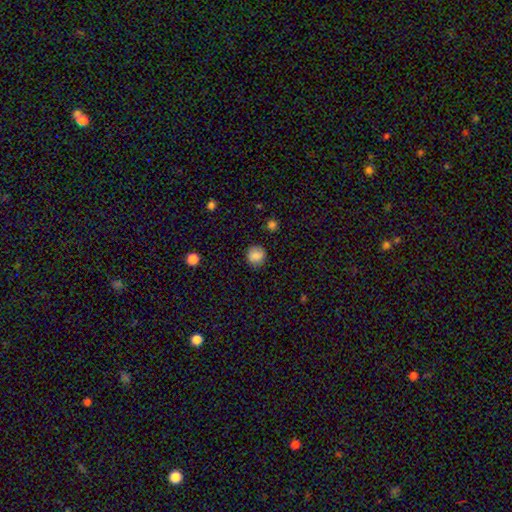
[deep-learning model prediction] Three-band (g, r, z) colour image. It shows a smooth galaxy with no disk features (85%) that is round (90%). Merging: none (87%).